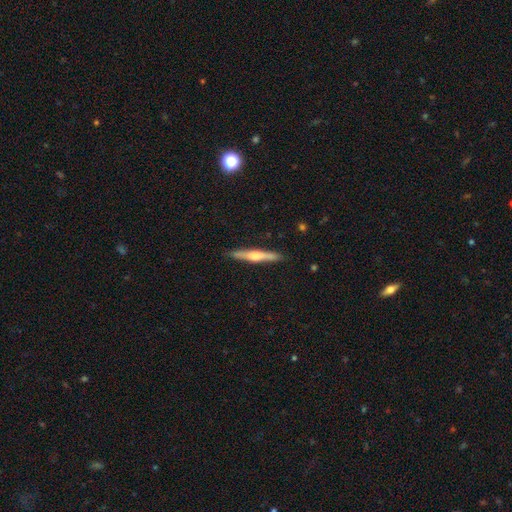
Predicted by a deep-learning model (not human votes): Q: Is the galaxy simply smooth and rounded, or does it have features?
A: featured or disk — 57%.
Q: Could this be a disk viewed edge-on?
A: yes — 97%.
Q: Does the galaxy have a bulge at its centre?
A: rounded — 70%.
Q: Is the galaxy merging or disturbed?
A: none — 89%.